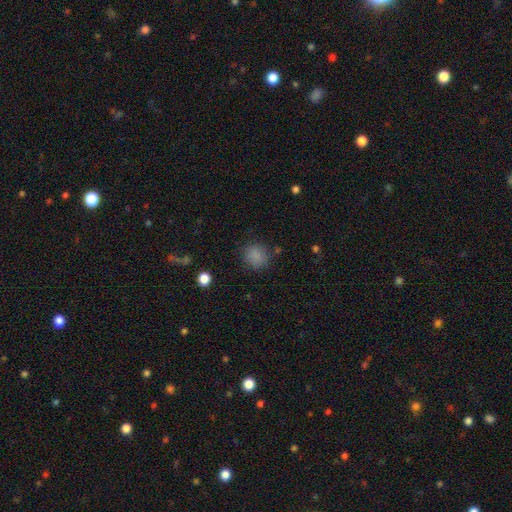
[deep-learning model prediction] This is clearly a smooth galaxy (84%). How rounded: clearly round (83%). Merging: clearly none (83%).